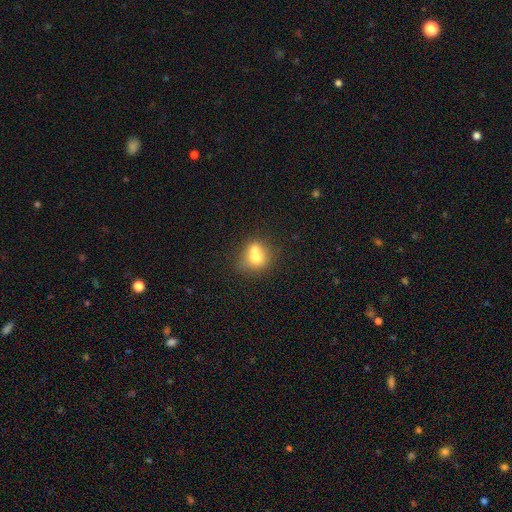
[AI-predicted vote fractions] Smooth or featured? Predicted: smooth (p=0.69). How rounded? Predicted: round (p=0.68). Merging? Predicted: merger (p=0.55).